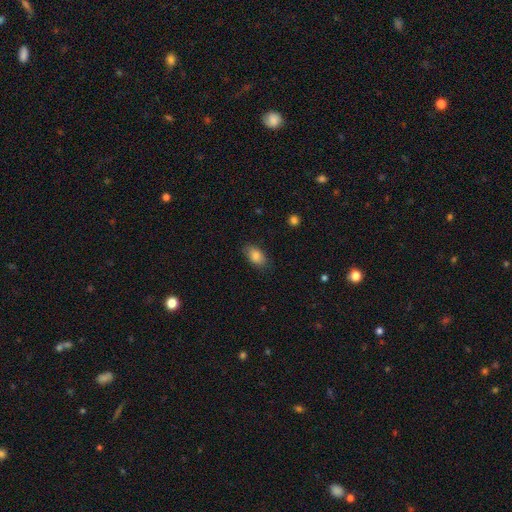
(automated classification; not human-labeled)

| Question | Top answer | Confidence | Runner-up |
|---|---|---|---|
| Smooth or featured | smooth | 84% | featured or disk (8%) |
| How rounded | in between | 91% | round (7%) |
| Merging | none | 83% | minor disturbance (13%) |